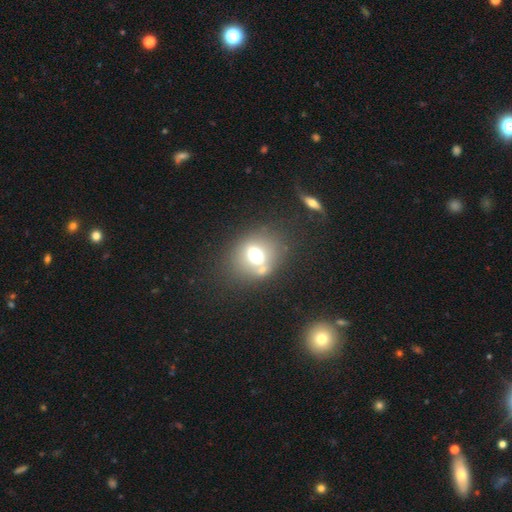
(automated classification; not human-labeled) Q: Smooth or featured?
A: smooth (63%); runner-up: featured or disk (23%)
Q: How rounded?
A: round (53%); runner-up: in between (46%)
Q: Merging?
A: none (58%); runner-up: merger (21%)